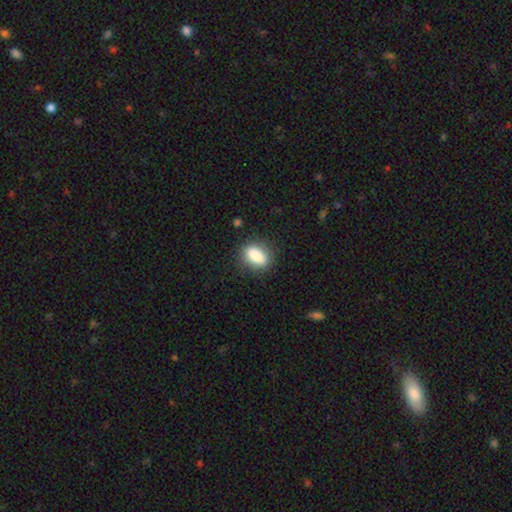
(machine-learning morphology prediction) smooth_or_featured: smooth (p=0.86) [alt: star or artifact p=0.08]
how_rounded: in between (p=0.82) [alt: round p=0.12]
merging: none (p=0.83) [alt: minor disturbance p=0.12]